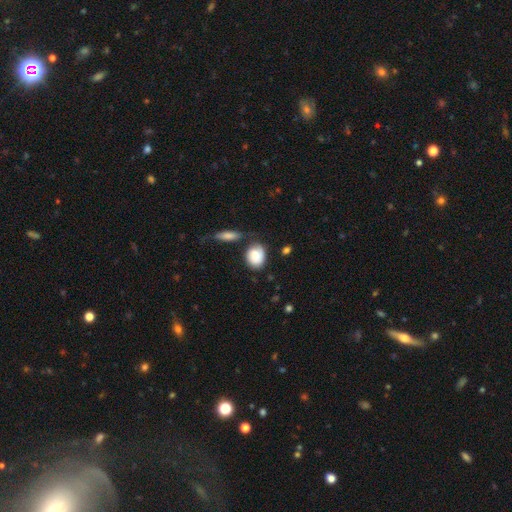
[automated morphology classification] This appears to be a smooth galaxy with no disk features (75%) that is in between round and cigar-shaped (51%). Merging: none (52%).